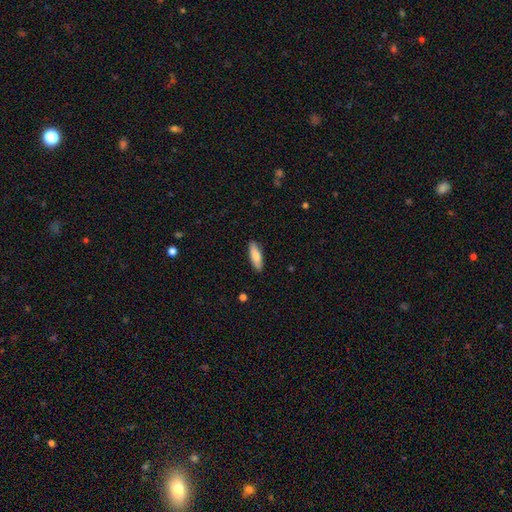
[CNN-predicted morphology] Smooth or featured? Predicted: smooth (p=0.81). How rounded? Predicted: cigar-shaped (p=0.50). Merging? Predicted: none (p=0.89).